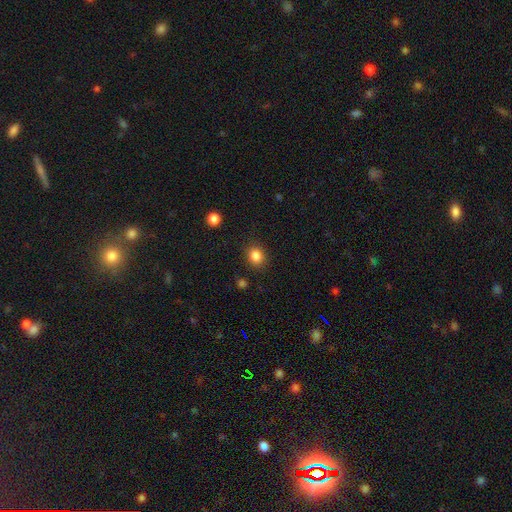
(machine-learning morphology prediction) Smooth or featured? smooth (85%)
How rounded? round (72%)
Merging? none (87%)